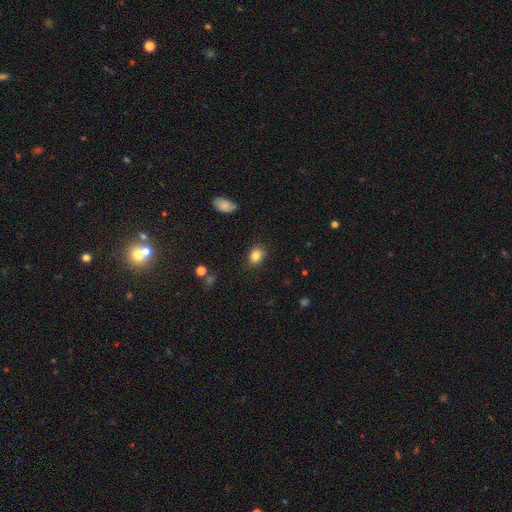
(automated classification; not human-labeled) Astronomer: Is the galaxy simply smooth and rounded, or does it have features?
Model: smooth — 84%.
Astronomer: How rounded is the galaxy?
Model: in between — 65%.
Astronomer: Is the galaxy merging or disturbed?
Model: none — 86%.